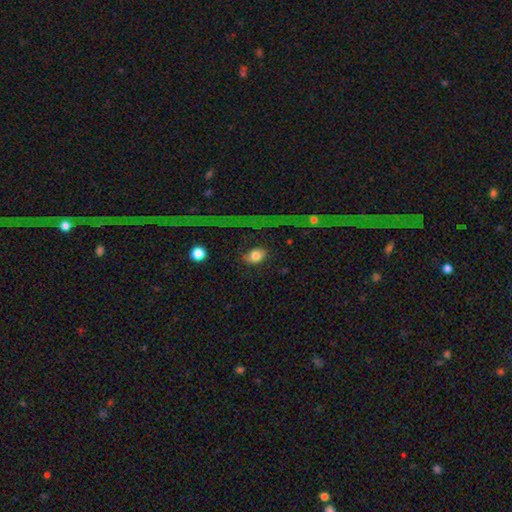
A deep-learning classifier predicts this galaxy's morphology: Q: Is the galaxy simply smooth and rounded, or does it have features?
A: smooth — 79%.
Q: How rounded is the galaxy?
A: in between — 63%.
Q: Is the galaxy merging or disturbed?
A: none — 74%.